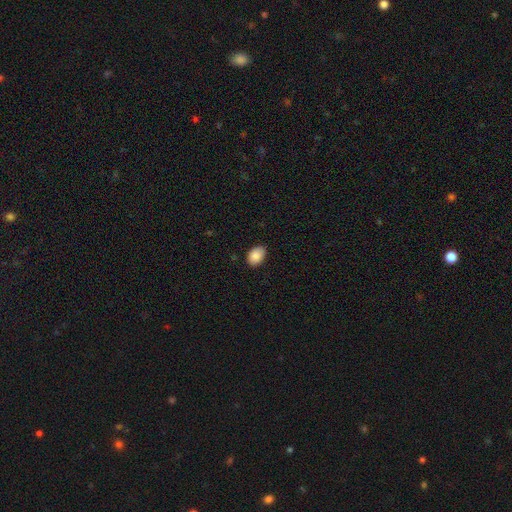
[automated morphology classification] A smooth galaxy with no disk features (88%) that is in between round and cigar-shaped (81%).

Vote fractions:
- Smooth or featured? smooth: 88% / star or artifact: 7% / featured or disk: 5%
- How rounded? in between: 81% / round: 18% / cigar-shaped: 1%
- Merging? none: 83% / minor disturbance: 14% / major disturbance: 2% / merger: 1%